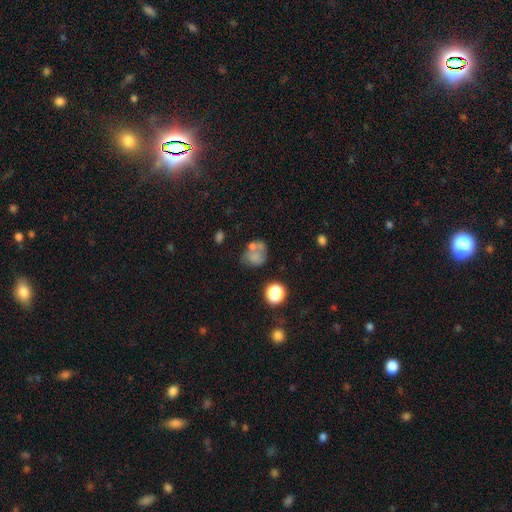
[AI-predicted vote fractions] A smooth galaxy with no disk features (59%) that is round (57%). Merging: none (35%).